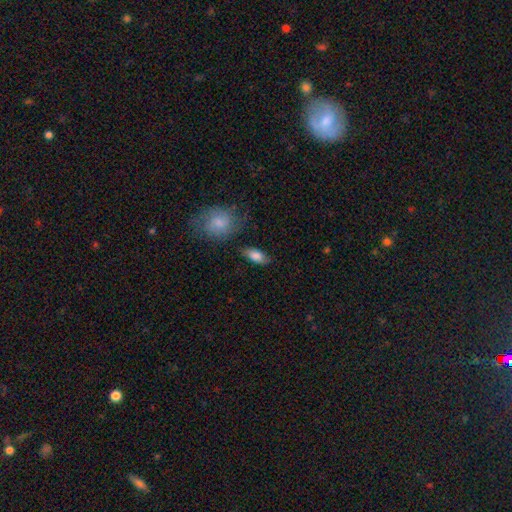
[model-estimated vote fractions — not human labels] A smooth galaxy with no disk features (81%) that is in between round and cigar-shaped (85%).

Vote fractions:
- Smooth or featured? smooth: 81% / featured or disk: 12% / star or artifact: 7%
- How rounded? in between: 85% / cigar-shaped: 11% / round: 4%
- Merging? none: 77% / minor disturbance: 15% / major disturbance: 4% / merger: 4%